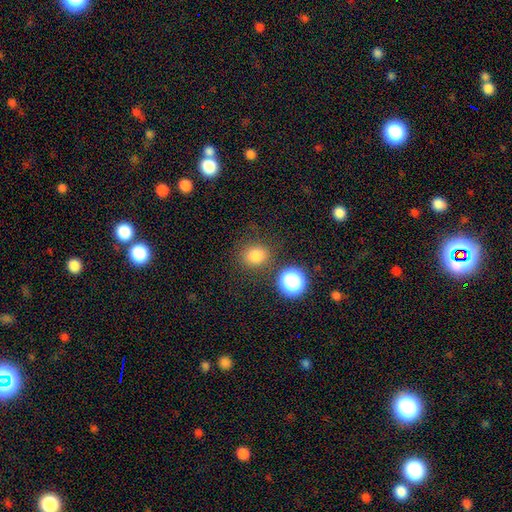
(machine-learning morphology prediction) Smooth or featured?
  - smooth: 79% *
  - star or artifact: 15%
  - featured or disk: 6%
How rounded?
  - round: 75% *
  - in between: 24%
  - cigar-shaped: 1%
Merging?
  - none: 79% *
  - minor disturbance: 11%
  - merger: 6%
  - major disturbance: 4%